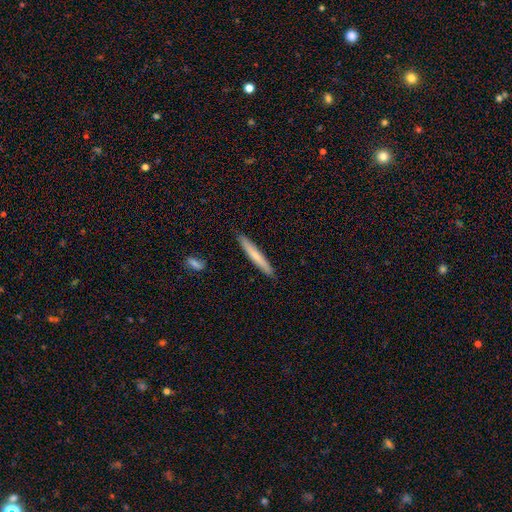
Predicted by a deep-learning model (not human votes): Morphology: type=smooth (65%); roundness=cigar-shaped (95%); merging=none (90%).